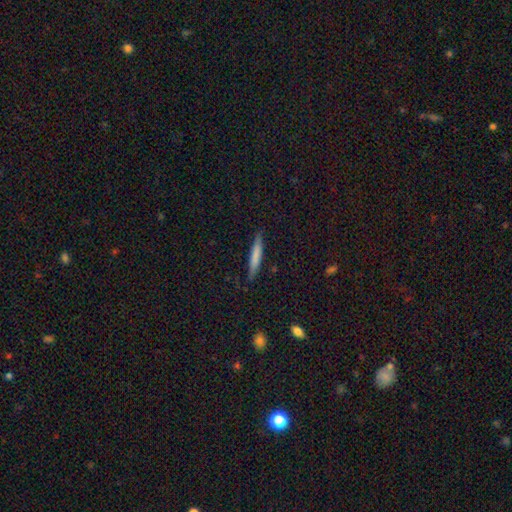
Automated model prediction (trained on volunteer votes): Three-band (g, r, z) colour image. It shows a smooth galaxy with no disk features (71%) that is cigar-shaped (93%). Merging: none (86%).